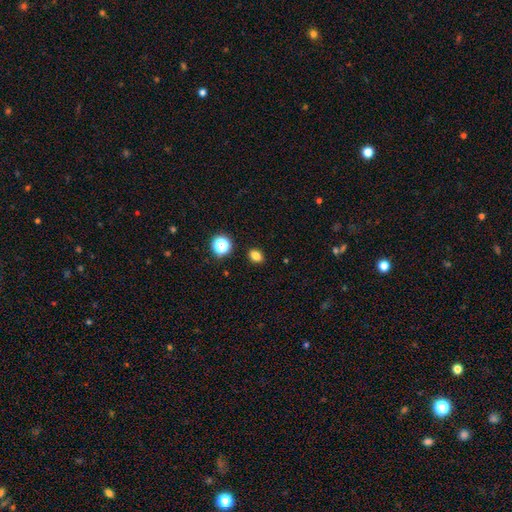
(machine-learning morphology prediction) This is likely a smooth galaxy (79%). How rounded: likely in between (62%). Merging: clearly none (88%).